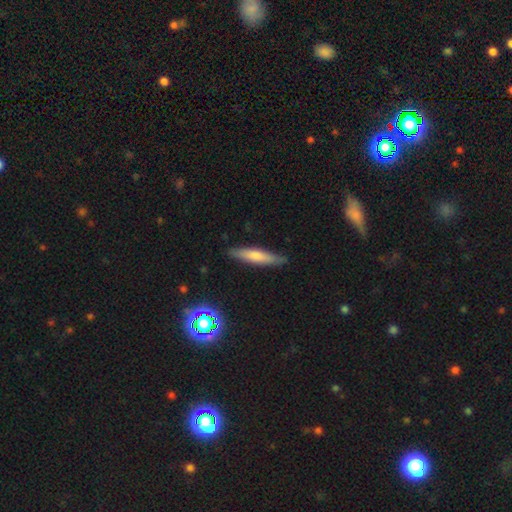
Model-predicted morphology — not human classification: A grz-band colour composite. It shows a smooth galaxy with no disk features (64%) that is cigar-shaped (87%). Merging: none (87%).